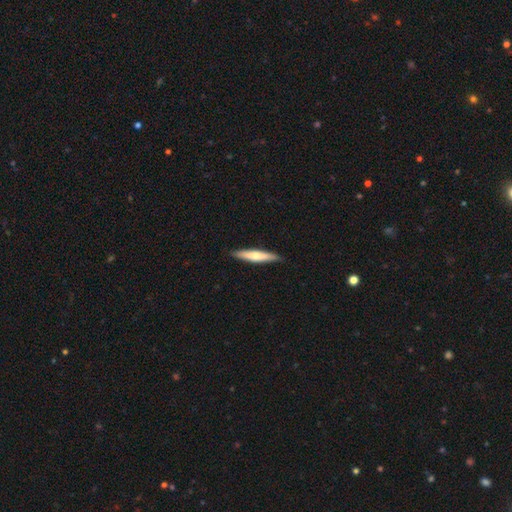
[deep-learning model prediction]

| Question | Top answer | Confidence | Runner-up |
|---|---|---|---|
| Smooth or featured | smooth | 55% | featured or disk (41%) |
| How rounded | cigar-shaped | 89% | in between (10%) |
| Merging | none | 91% | minor disturbance (7%) |